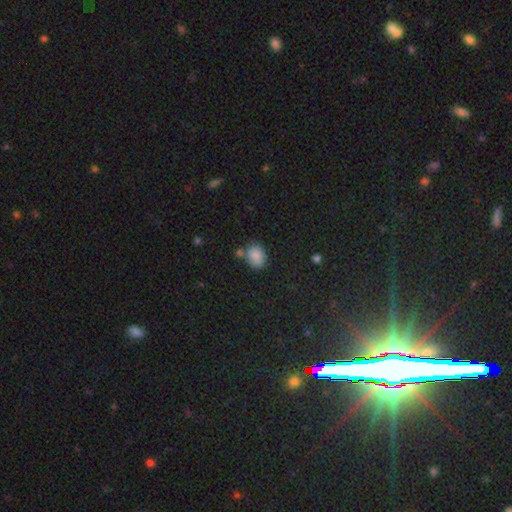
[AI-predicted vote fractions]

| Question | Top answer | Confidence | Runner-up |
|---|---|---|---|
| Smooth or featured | smooth | 84% | star or artifact (10%) |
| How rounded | in between | 65% | round (34%) |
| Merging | none | 65% | minor disturbance (17%) |